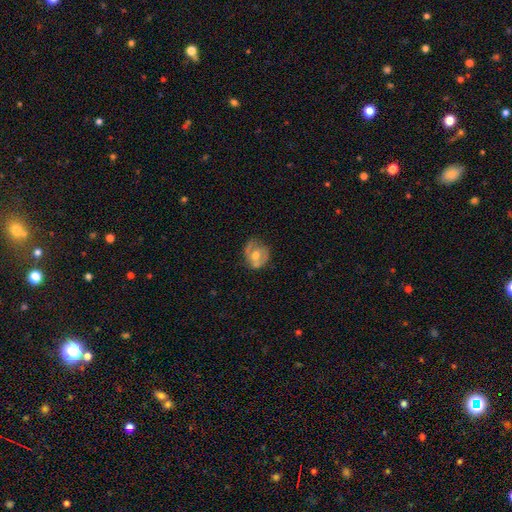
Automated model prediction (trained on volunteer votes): Smooth or featured?
  - featured or disk: 56% *
  - smooth: 38%
  - star or artifact: 7%
Edge-on disk?
  - no: 96% *
  - yes: 4%
Bar?
  - no: 50% *
  - weak: 34%
  - strong: 15%
Spiral arms?
  - no: 52% *
  - yes: 48%
Bulge size?
  - moderate: 73% *
  - small: 17%
  - large: 7%
  - none: 2%
  - dominant: 1%
Merging?
  - none: 60% *
  - minor disturbance: 27%
  - major disturbance: 11%
  - merger: 3%